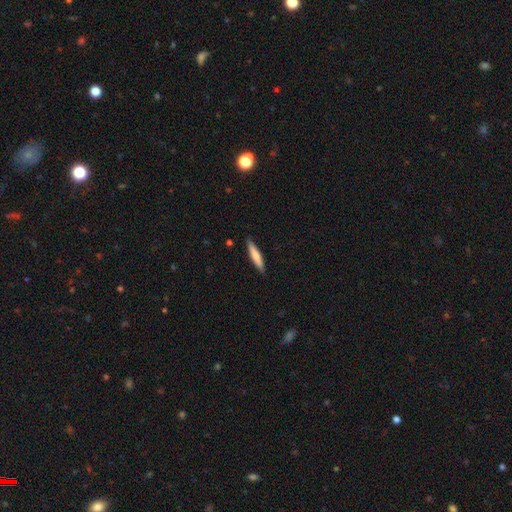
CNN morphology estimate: type=smooth (70%); roundness=cigar-shaped (88%); merging=none (89%).